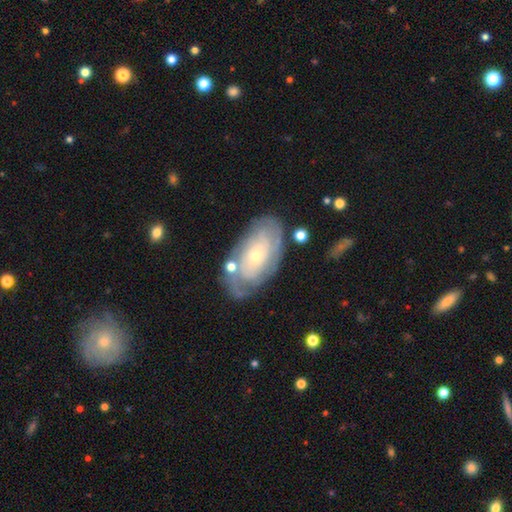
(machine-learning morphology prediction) smooth_or_featured: featured or disk (p=0.74) [alt: smooth p=0.20]
disk_edge_on: no (p=0.94) [alt: yes p=0.06]
bar: no (p=0.83) [alt: weak p=0.14]
has_spiral_arms: yes (p=0.81) [alt: no p=0.19]
spiral_winding: tight (p=0.74) [alt: medium p=0.19]
spiral_arm_count: can't tell (p=0.54) [alt: 2 p=0.21]
bulge_size: small (p=0.75) [alt: moderate p=0.21]
merging: none (p=0.71) [alt: minor disturbance p=0.18]